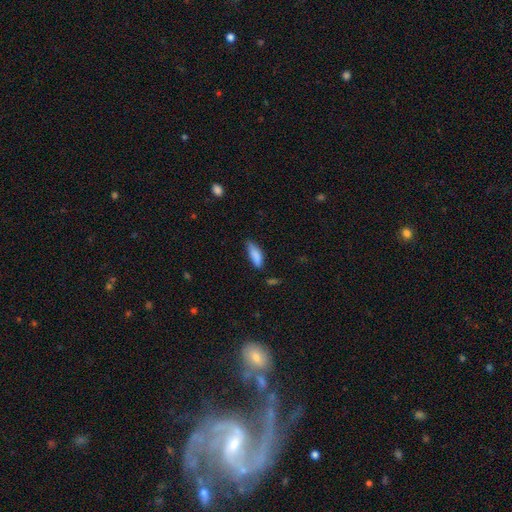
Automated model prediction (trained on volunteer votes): Smooth or featured? smooth (85%)
How rounded? in between (60%)
Merging? none (62%)